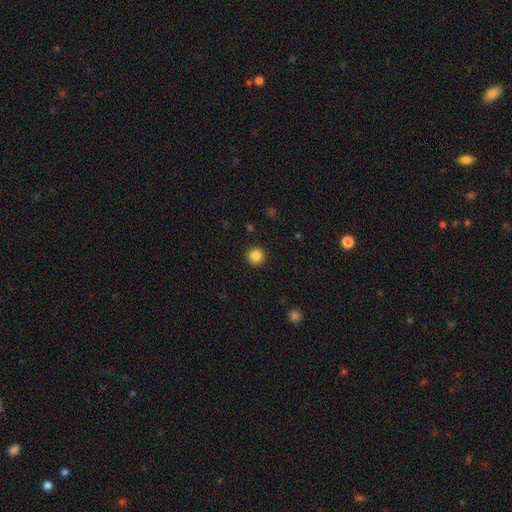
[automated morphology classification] Smooth or featured?
  - smooth: 85% *
  - star or artifact: 10%
  - featured or disk: 5%
How rounded?
  - round: 96% *
  - in between: 4%
  - cigar-shaped: 1%
Merging?
  - none: 93% *
  - minor disturbance: 4%
  - major disturbance: 2%
  - merger: 1%